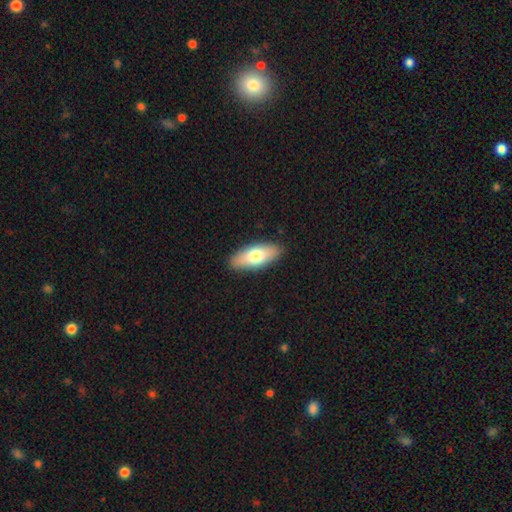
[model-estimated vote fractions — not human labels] The model was most divided on "smooth or featured": smooth: 73%, featured or disk: 21%, star or artifact: 6%. More confident: merging — none (89%); how rounded — in between (81%).